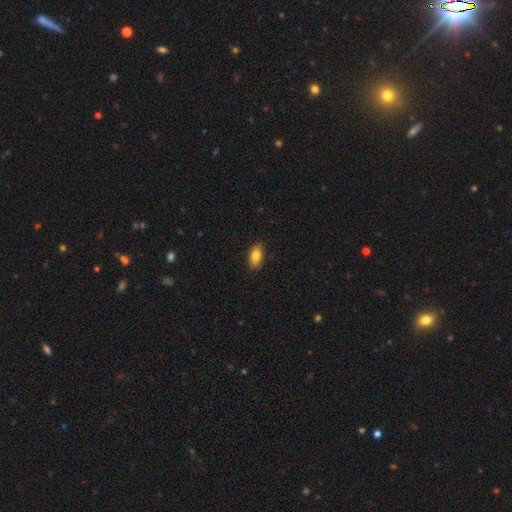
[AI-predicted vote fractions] A smooth galaxy with no disk features (82%) that is in between round and cigar-shaped (88%). Merging: none (88%).